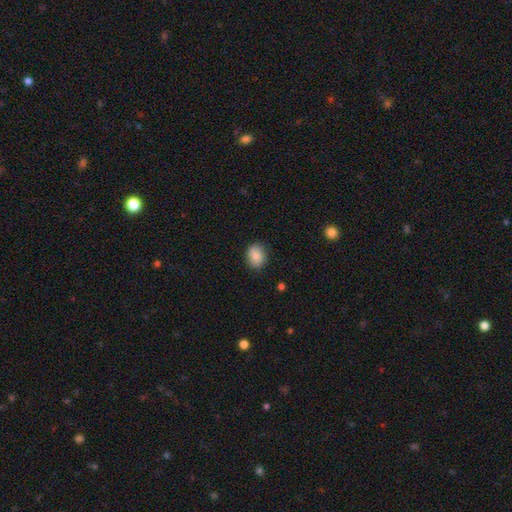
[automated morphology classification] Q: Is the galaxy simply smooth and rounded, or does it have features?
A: smooth — 87%.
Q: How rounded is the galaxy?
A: in between — 56%.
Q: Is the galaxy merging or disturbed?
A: none — 84%.